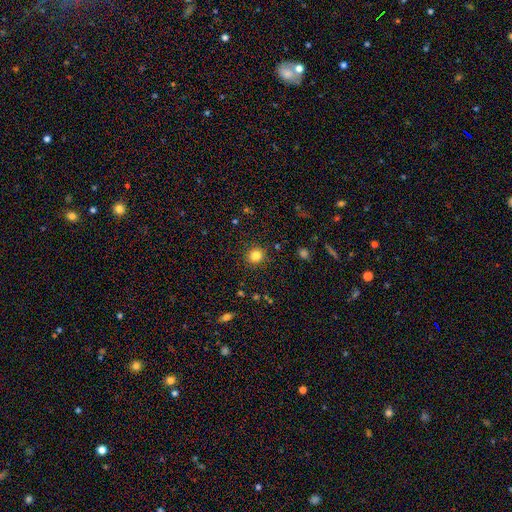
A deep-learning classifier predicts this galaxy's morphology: A smooth galaxy with no disk features (83%) that is round (86%).

Vote fractions:
- Smooth or featured? smooth: 83% / star or artifact: 12% / featured or disk: 5%
- How rounded? round: 86% / in between: 13% / cigar-shaped: 1%
- Merging? none: 89% / minor disturbance: 7% / major disturbance: 3% / merger: 1%